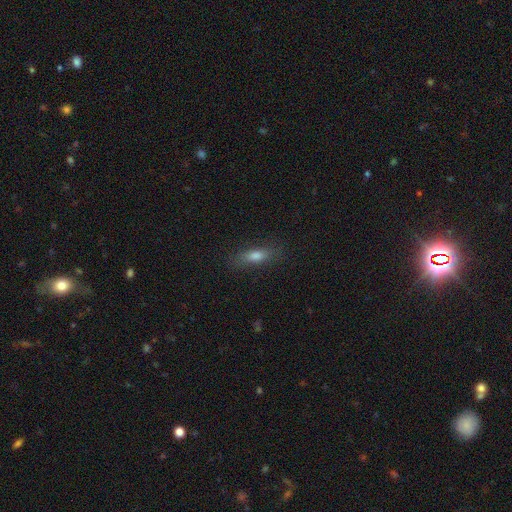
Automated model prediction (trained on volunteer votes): Smooth or featured? Predicted: smooth (p=0.70). How rounded? Predicted: cigar-shaped (p=0.52). Merging? Predicted: none (p=0.82).